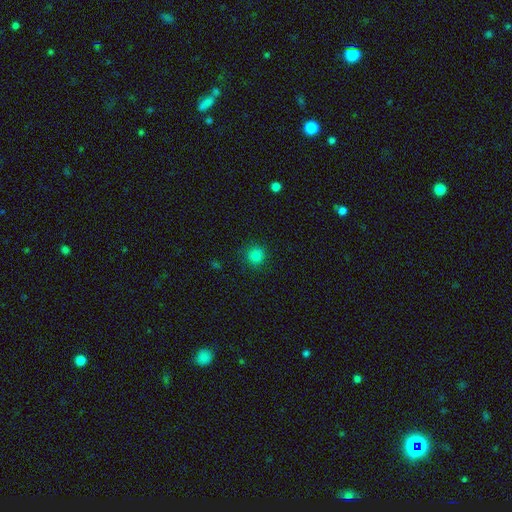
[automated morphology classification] smooth 83%, star or artifact 13%, featured or disk 4%. Down the decision tree: how rounded — round (93%); merging — none (87%).